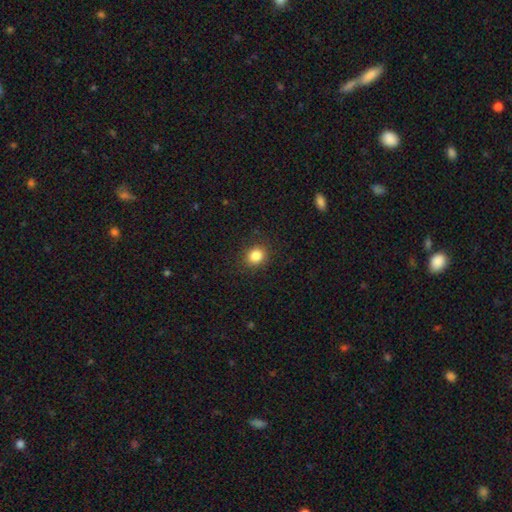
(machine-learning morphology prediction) This is clearly a smooth galaxy (85%). How rounded: likely round (70%). Merging: clearly none (89%).